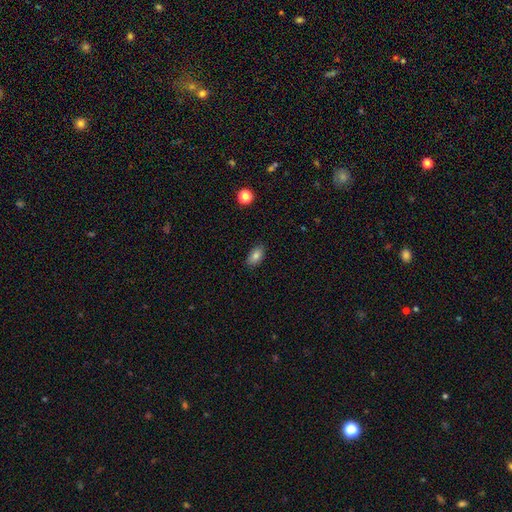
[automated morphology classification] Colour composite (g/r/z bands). It shows a smooth galaxy with no disk features (80%) that is in between round and cigar-shaped (90%). Merging: none (86%).